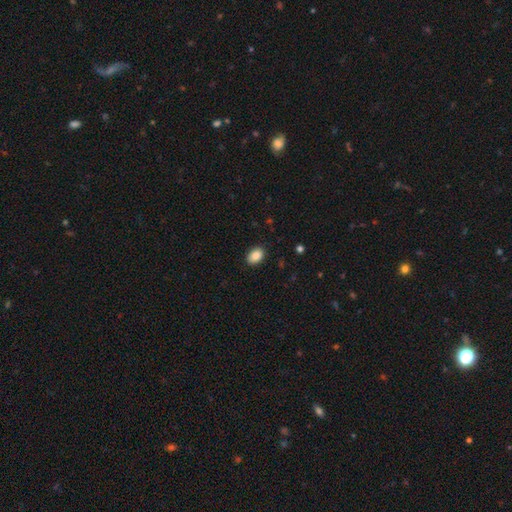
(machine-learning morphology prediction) Smooth or featured? Predicted: smooth (p=0.88). How rounded? Predicted: in between (p=0.84). Merging? Predicted: none (p=0.88).